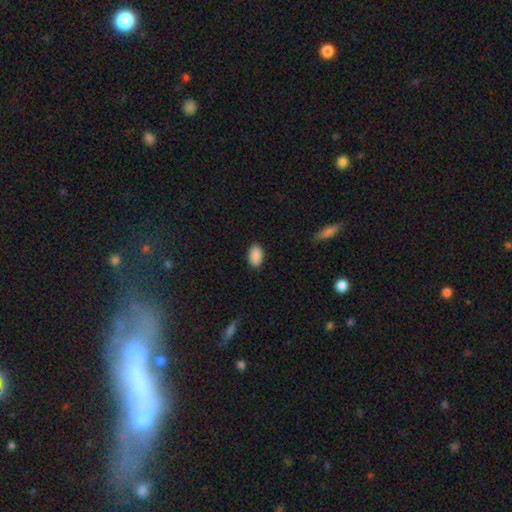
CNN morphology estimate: Smooth or featured? smooth (90%)
How rounded? in between (93%)
Merging? none (87%)